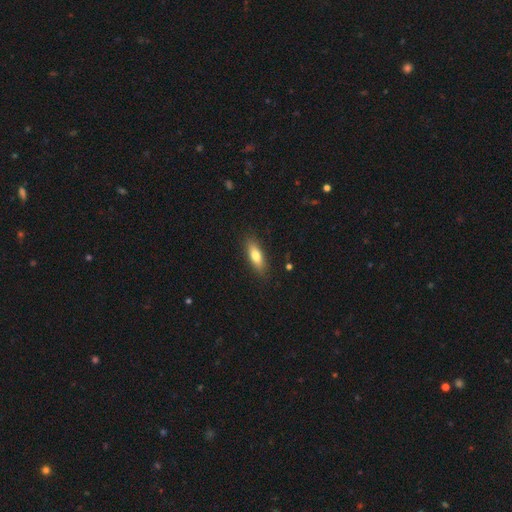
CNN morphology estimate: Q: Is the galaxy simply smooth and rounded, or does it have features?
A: smooth — 75%.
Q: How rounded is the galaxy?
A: in between — 59%.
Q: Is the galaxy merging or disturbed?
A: none — 86%.